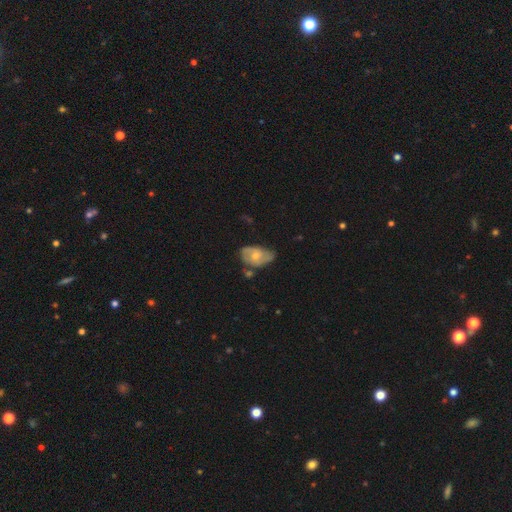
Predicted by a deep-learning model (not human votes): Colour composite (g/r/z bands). It shows a featured or disk galaxy (54%) with no bar (67%), spiral arms (72%) and a moderate central bulge (51%). Merging: none (43%).